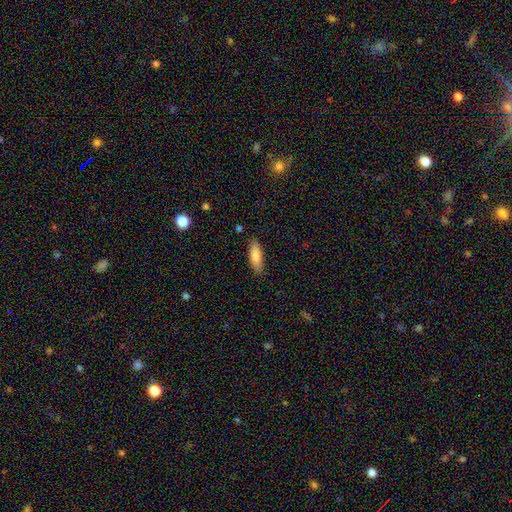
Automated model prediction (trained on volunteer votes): A smooth galaxy with no disk features (85%) that is in between round and cigar-shaped (58%). Merging: none (83%).